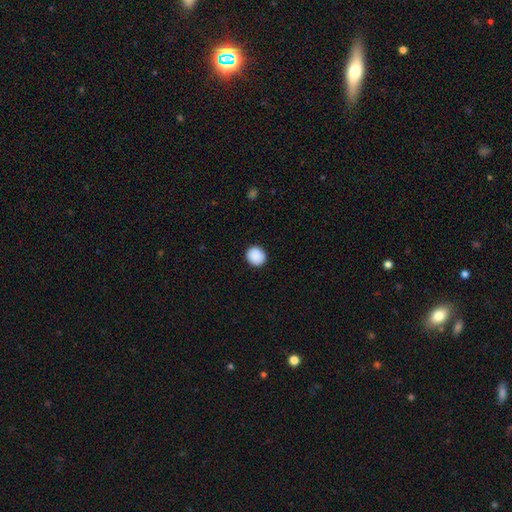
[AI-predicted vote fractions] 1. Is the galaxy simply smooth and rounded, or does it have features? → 90% smooth, 8% star or artifact, 2% featured or disk.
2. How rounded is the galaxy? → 80% round, 19% in between, 1% cigar-shaped.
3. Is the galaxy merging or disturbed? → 91% none, 7% minor disturbance, 2% major disturbance, 1% merger.